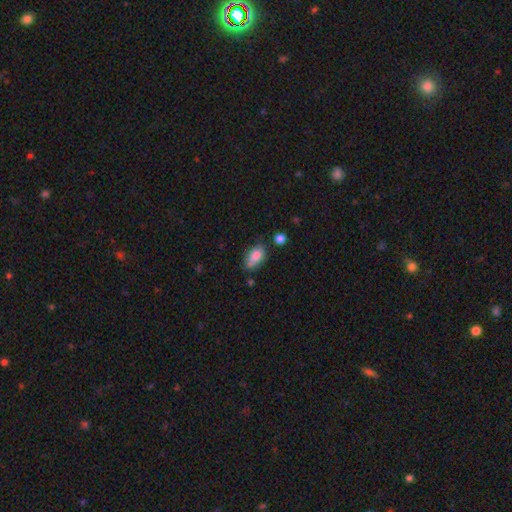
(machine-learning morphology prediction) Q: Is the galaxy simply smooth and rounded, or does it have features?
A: smooth — 83%.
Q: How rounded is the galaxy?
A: in between — 89%.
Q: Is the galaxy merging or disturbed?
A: none — 54%.